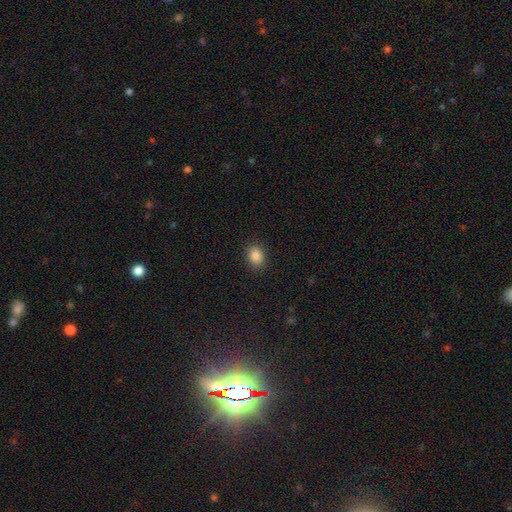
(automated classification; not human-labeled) Smooth or featured?
  - smooth: 87% *
  - star or artifact: 10%
  - featured or disk: 3%
How rounded?
  - in between: 62% *
  - round: 37%
  - cigar-shaped: 1%
Merging?
  - none: 89% *
  - minor disturbance: 8%
  - major disturbance: 2%
  - merger: 1%